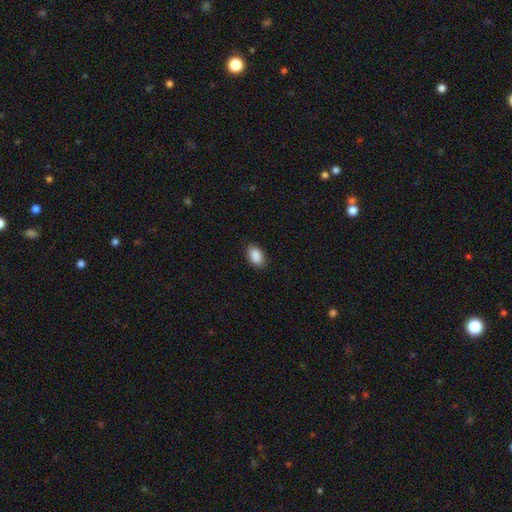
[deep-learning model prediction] smooth 90%, star or artifact 7%, featured or disk 3%. Down the decision tree: how rounded — in between (91%); merging — none (85%).